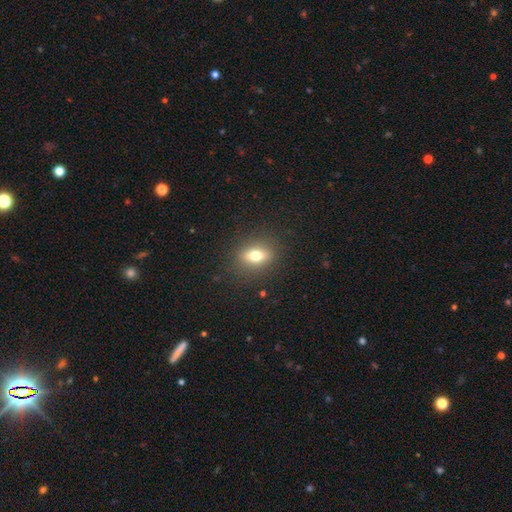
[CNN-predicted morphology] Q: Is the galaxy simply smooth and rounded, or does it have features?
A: smooth — 68%.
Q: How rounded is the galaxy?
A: in between — 64%.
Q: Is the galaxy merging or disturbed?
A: none — 86%.